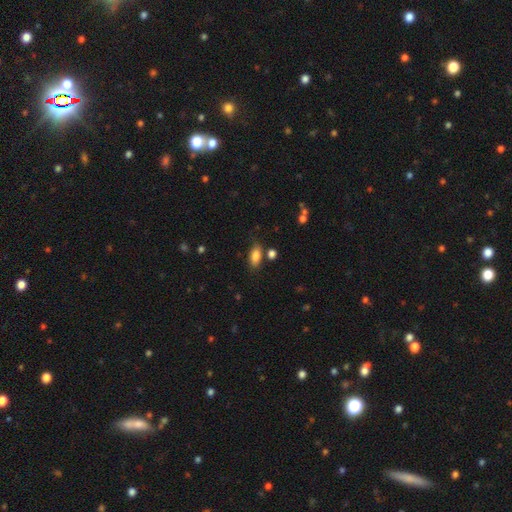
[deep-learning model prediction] Morphology: type=smooth (85%); roundness=in between (87%); merging=none (76%).